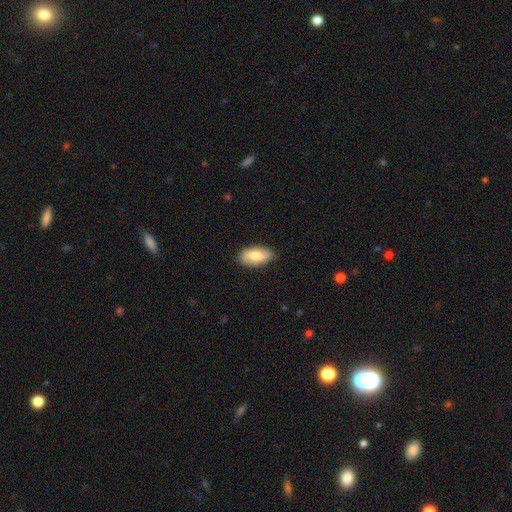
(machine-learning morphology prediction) Overall: smooth (75%). How rounded: in between (91%). Merging: none (81%).